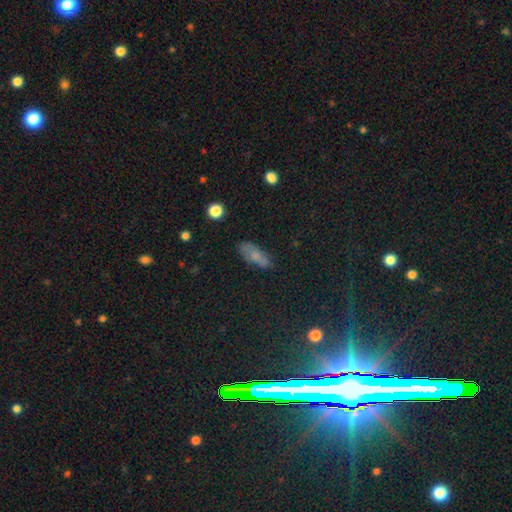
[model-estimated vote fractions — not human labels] Smooth or featured? smooth (69%)
How rounded? in between (71%)
Merging? none (65%)